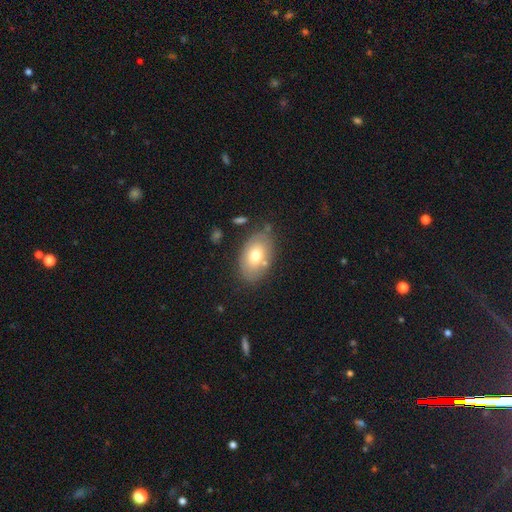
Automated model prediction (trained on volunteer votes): Smooth or featured: smooth — 67% (featured or disk — 25%)
How rounded: in between — 88% (round — 10%)
Merging: none — 73% (minor disturbance — 16%)